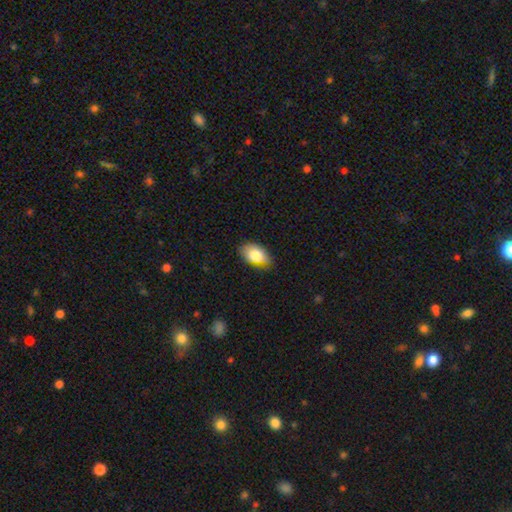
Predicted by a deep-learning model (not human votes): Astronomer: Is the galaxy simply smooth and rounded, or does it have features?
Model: smooth — 81%.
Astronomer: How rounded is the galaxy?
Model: in between — 89%.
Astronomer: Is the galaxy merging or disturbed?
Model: none — 72%.